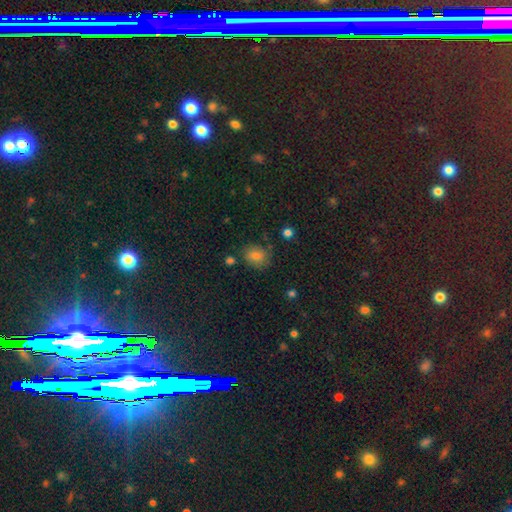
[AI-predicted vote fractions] The model was most divided on "how rounded": round: 60%, in between: 39%, cigar-shaped: 1%. More confident: merging — none (74%); smooth or featured — smooth (65%).